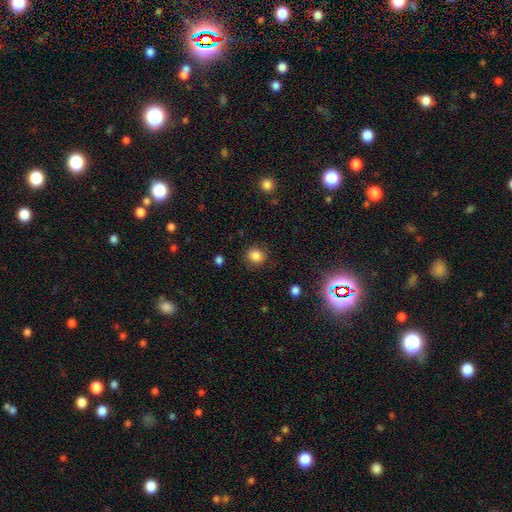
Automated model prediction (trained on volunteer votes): Smooth or featured? Predicted: smooth (p=0.84). How rounded? Predicted: round (p=0.77). Merging? Predicted: none (p=0.86).